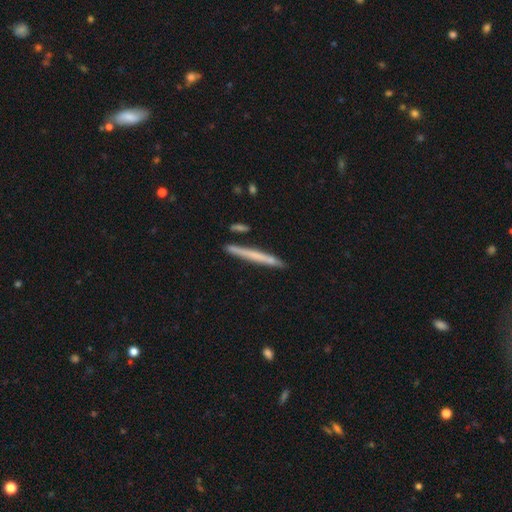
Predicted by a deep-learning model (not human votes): Smooth or featured?
  - smooth: 57% *
  - featured or disk: 37%
  - star or artifact: 6%
How rounded?
  - cigar-shaped: 97% *
  - in between: 2%
  - round: 1%
Merging?
  - none: 88% *
  - minor disturbance: 8%
  - merger: 3%
  - major disturbance: 2%